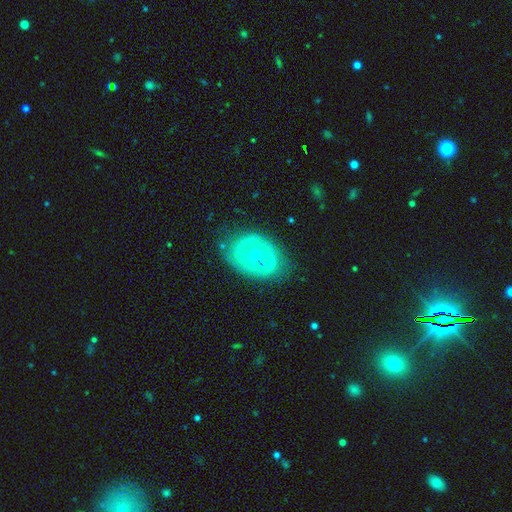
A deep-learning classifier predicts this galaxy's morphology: smooth_or_featured: featured or disk (p=0.68) [alt: smooth p=0.25]
disk_edge_on: no (p=0.94) [alt: yes p=0.06]
bar: no (p=0.65) [alt: weak p=0.24]
has_spiral_arms: no (p=0.70) [alt: yes p=0.30]
bulge_size: small (p=0.55) [alt: moderate p=0.42]
merging: none (p=0.72) [alt: minor disturbance p=0.19]